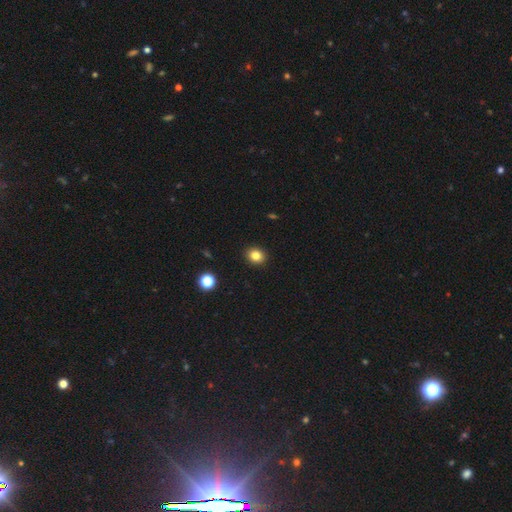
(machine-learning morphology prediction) A smooth galaxy with no disk features (83%) that is round (67%).

Vote fractions:
- Smooth or featured? smooth: 83% / star or artifact: 11% / featured or disk: 5%
- How rounded? round: 67% / in between: 32% / cigar-shaped: 1%
- Merging? none: 91% / minor disturbance: 6% / major disturbance: 2% / merger: 1%